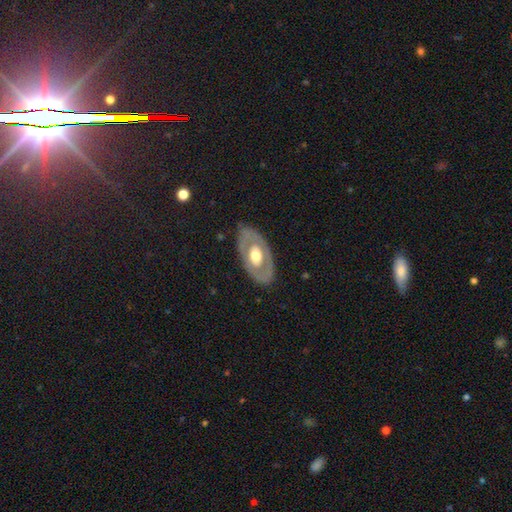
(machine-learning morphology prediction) Smooth or featured? featured or disk (59%)
Edge-on disk? no (88%)
Bar? no (84%)
Spiral arms? no (87%)
Bulge size? moderate (61%)
Merging? none (79%)